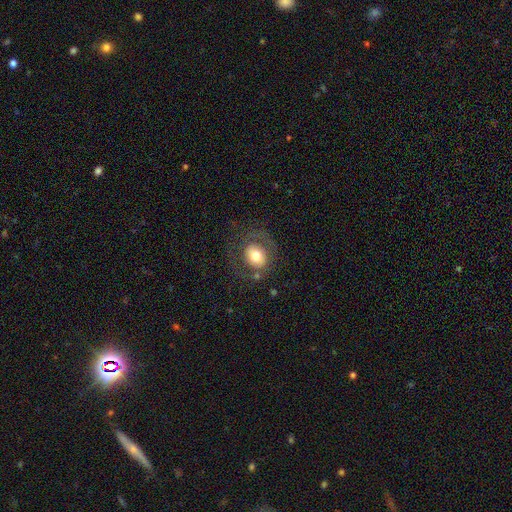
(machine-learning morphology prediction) A smooth galaxy with no disk features (60%) that is round (64%). Merging: none (65%).